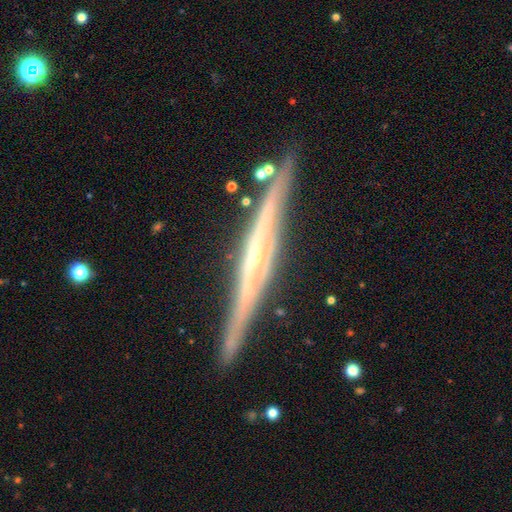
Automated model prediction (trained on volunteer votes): A featured or disk galaxy (87%) viewed edge-on (97%) with a rounded central bulge (52%).

Vote fractions:
- Smooth or featured? featured or disk: 87% / smooth: 8% / star or artifact: 6%
- Edge-on disk? yes: 97% / no: 3%
- Edge-on bulge? rounded: 52% / none: 36% / boxy: 13%
- Merging? none: 85% / minor disturbance: 10% / merger: 2% / major disturbance: 2%